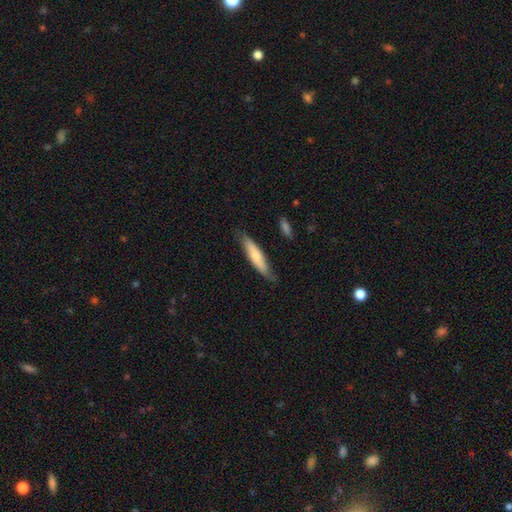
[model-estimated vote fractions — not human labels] Smooth or featured? smooth (64%)
How rounded? cigar-shaped (80%)
Merging? none (78%)